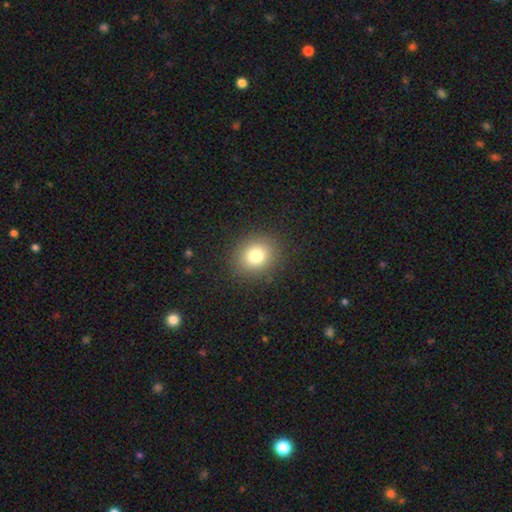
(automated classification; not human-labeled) Smooth or featured: smooth — 79% (star or artifact — 12%)
How rounded: round — 70% (in between — 29%)
Merging: none — 89% (minor disturbance — 7%)